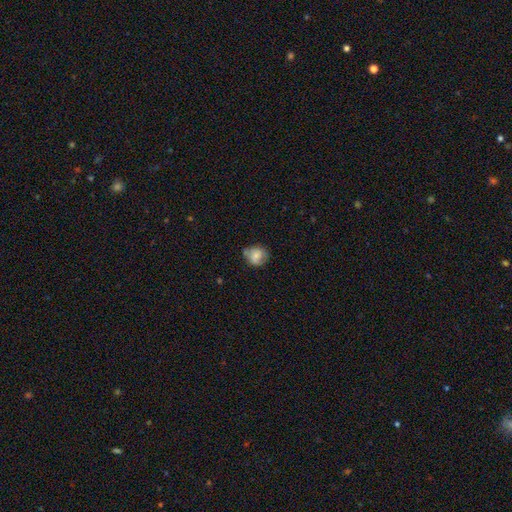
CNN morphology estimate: This is likely a smooth galaxy (67%). How rounded: likely round (77%). Merging: likely none (64%).